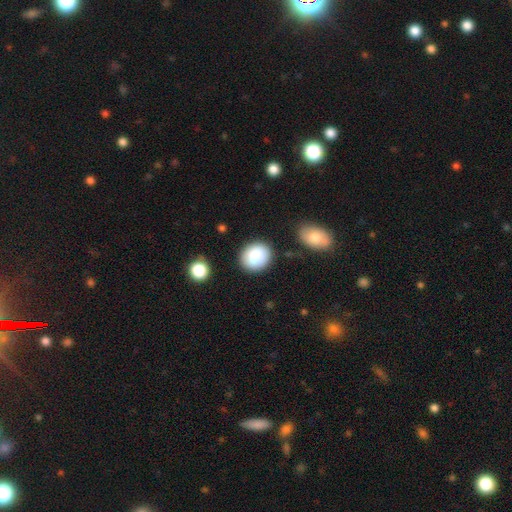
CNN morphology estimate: Overall: smooth (85%). How rounded: round (70%). Merging: none (79%).